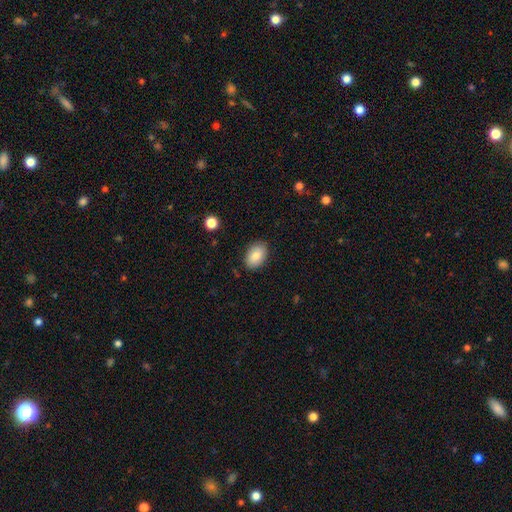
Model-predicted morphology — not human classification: The model was most divided on "smooth or featured": smooth: 83%, featured or disk: 10%, star or artifact: 7%. More confident: how rounded — in between (87%); merging — none (86%).